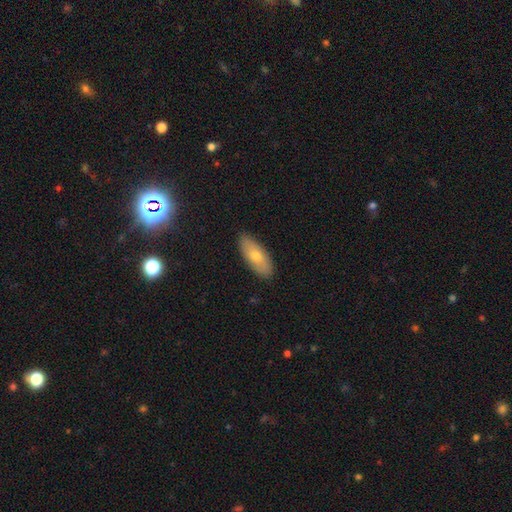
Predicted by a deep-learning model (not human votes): This appears to be a smooth galaxy with no disk features (67%) that is in between round and cigar-shaped (77%). Merging: none (87%).